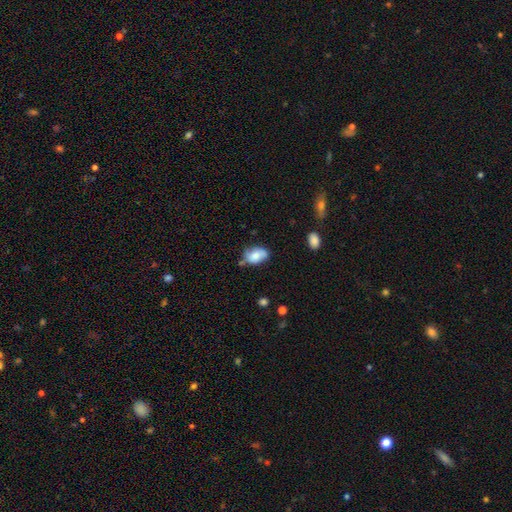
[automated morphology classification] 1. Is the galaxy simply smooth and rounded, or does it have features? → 71% smooth, 21% featured or disk, 8% star or artifact.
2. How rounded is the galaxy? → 86% in between, 12% round, 2% cigar-shaped.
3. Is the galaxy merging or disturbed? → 54% none, 30% minor disturbance, 9% merger, 7% major disturbance.